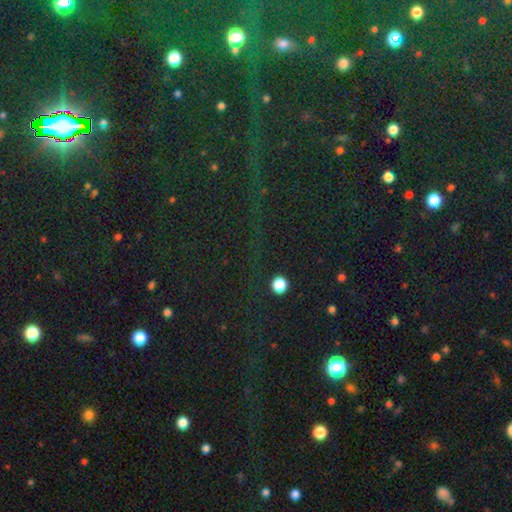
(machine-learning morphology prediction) Smooth or featured: star or artifact — 82% (smooth — 11%)